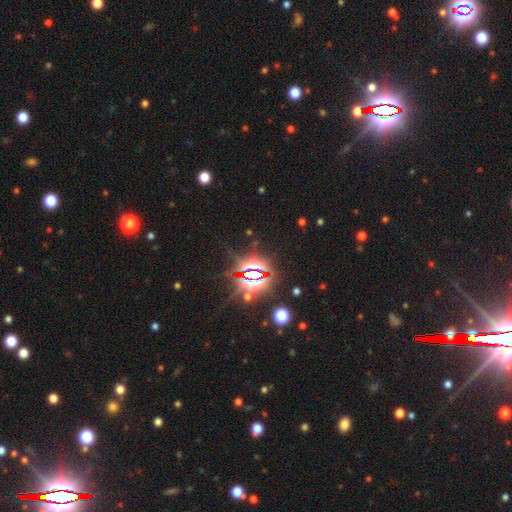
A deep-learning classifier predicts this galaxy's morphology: star or artifact 86%, smooth 8%, featured or disk 6%.